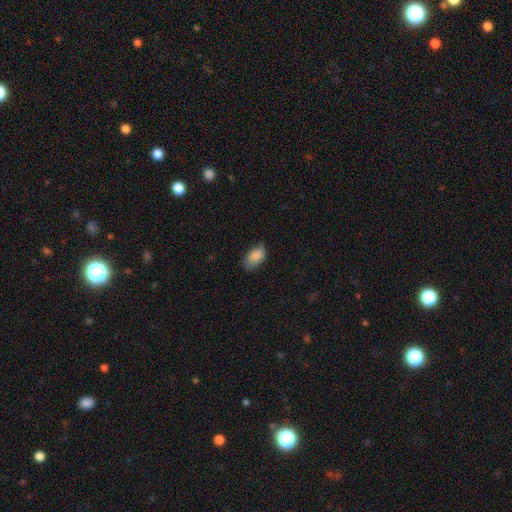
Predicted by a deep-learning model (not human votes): smooth-or-featured: smooth: 86% | star or artifact: 7% | featured or disk: 6%
  how-rounded: in between: 92% | round: 6% | cigar-shaped: 2%
  merging: none: 62% | minor disturbance: 30% | major disturbance: 7% | merger: 1%